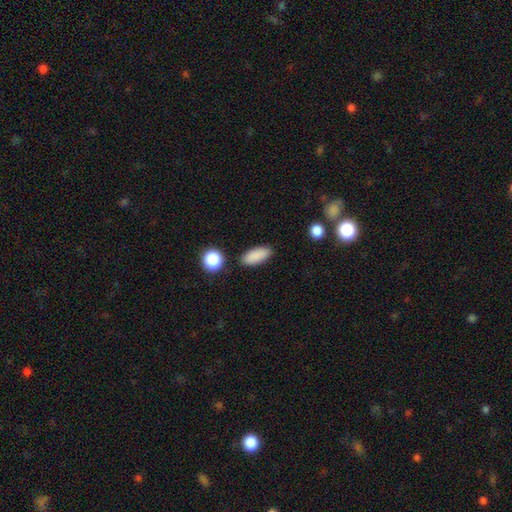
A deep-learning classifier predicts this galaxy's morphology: Smooth or featured? Predicted: smooth (p=0.88). How rounded? Predicted: in between (p=0.81). Merging? Predicted: none (p=0.86).